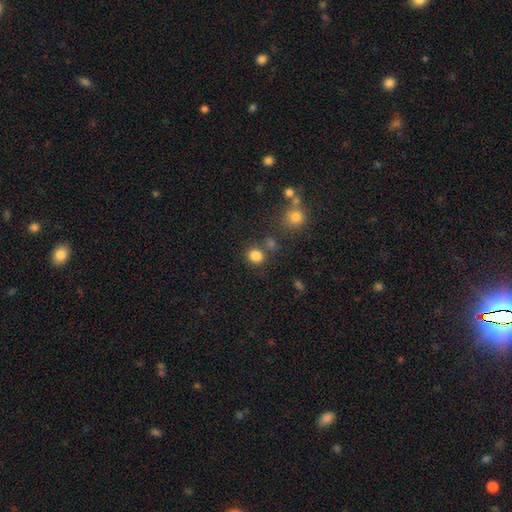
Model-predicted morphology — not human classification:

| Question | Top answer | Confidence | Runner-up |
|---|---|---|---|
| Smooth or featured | smooth | 83% | star or artifact (13%) |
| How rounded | round | 77% | in between (22%) |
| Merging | none | 74% | merger (12%) |